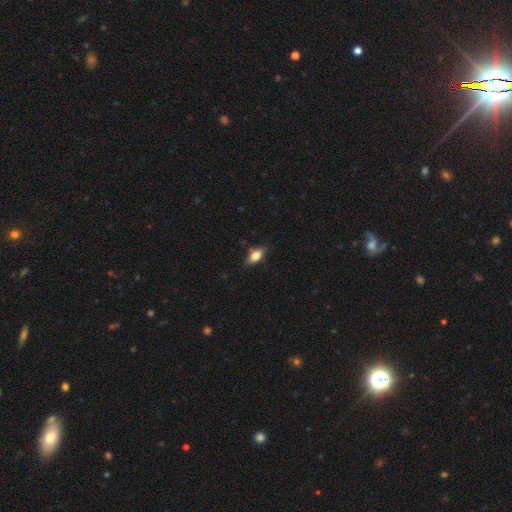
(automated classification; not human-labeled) This is likely a smooth galaxy (75%). How rounded: clearly in between (84%). Merging: likely none (77%).